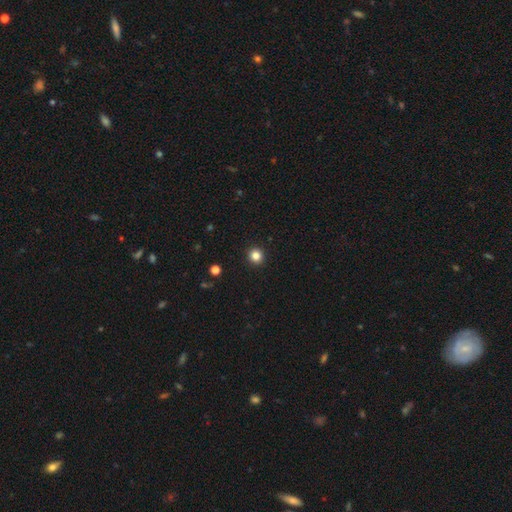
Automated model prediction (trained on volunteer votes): smooth 84%, star or artifact 12%, featured or disk 4%. Down the decision tree: how rounded — round (94%); merging — none (93%).